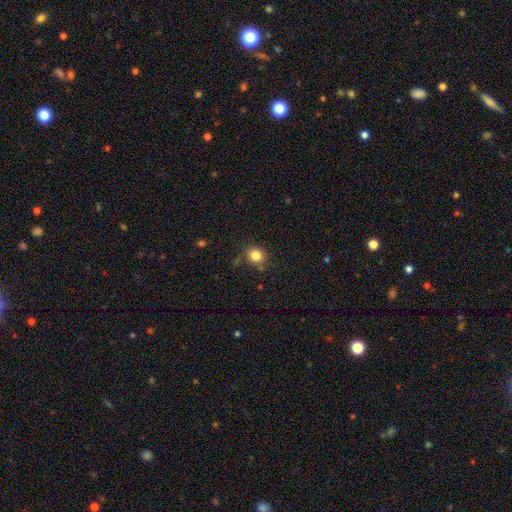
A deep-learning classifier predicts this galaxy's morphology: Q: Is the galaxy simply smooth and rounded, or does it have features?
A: smooth — 83%.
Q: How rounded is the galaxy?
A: round — 80%.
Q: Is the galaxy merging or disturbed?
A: none — 78%.